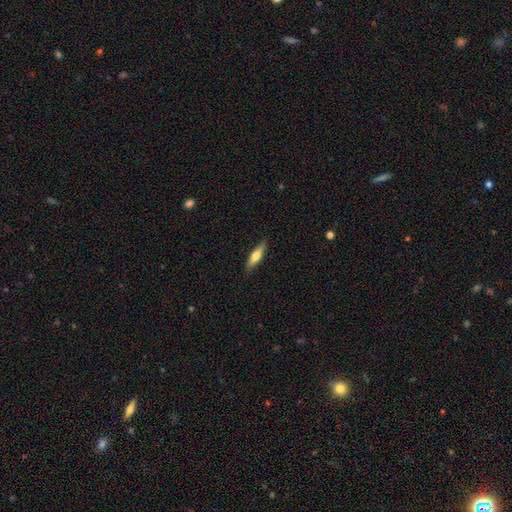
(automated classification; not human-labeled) Morphology: type=smooth (56%); roundness=cigar-shaped (67%); merging=none (85%).